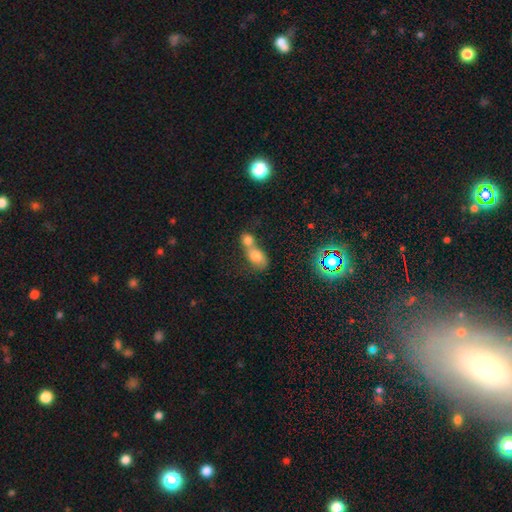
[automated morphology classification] The model was most divided on "how rounded": in between: 65%, round: 31%, cigar-shaped: 4%. More confident: merging — merger (75%); smooth or featured — smooth (71%).